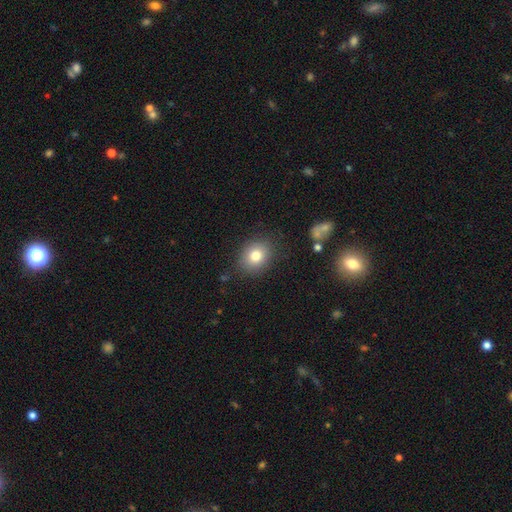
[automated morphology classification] Smooth or featured?
  - smooth: 80% *
  - star or artifact: 10%
  - featured or disk: 10%
How rounded?
  - round: 57% *
  - in between: 42%
  - cigar-shaped: 1%
Merging?
  - none: 83% *
  - minor disturbance: 12%
  - major disturbance: 4%
  - merger: 2%